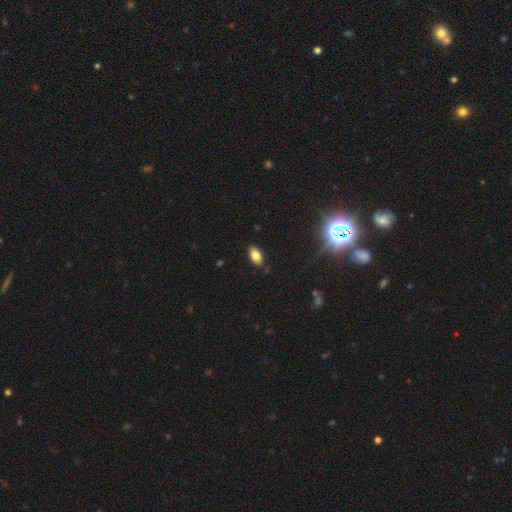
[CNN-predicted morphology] A smooth galaxy with no disk features (80%) that is in between round and cigar-shaped (92%).

Vote fractions:
- Smooth or featured? smooth: 80% / star or artifact: 11% / featured or disk: 9%
- How rounded? in between: 92% / cigar-shaped: 4% / round: 4%
- Merging? none: 87% / minor disturbance: 10% / major disturbance: 2% / merger: 1%